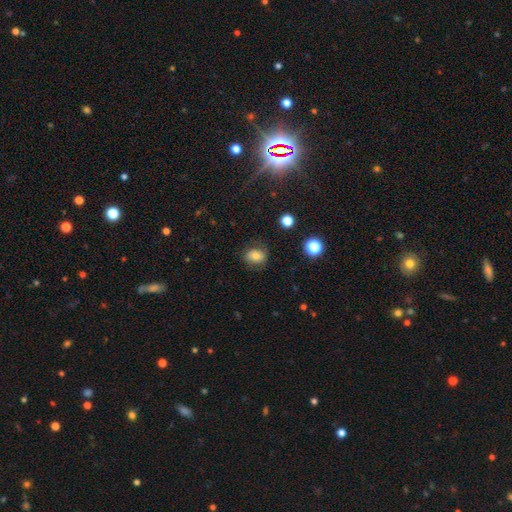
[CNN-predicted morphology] Q: Smooth or featured?
A: smooth (73%); runner-up: featured or disk (16%)
Q: How rounded?
A: in between (50%); runner-up: round (49%)
Q: Merging?
A: none (74%); runner-up: minor disturbance (17%)